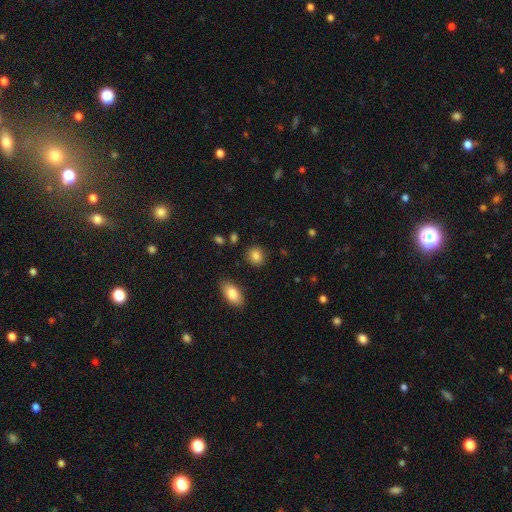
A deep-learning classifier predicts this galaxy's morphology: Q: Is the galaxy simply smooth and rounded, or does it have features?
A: smooth — 85%.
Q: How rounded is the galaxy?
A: round — 75%.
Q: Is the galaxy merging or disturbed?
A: none — 88%.